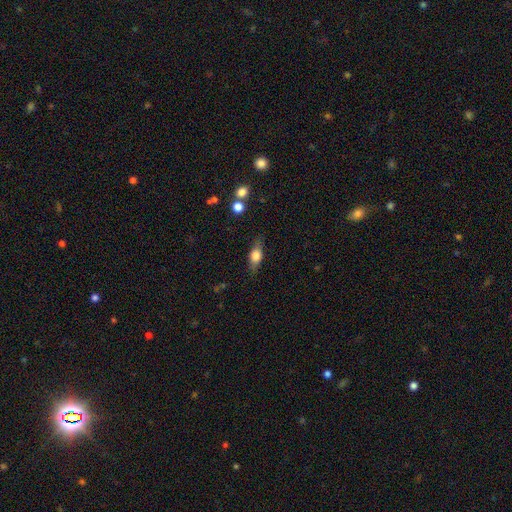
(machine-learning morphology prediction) Smooth or featured? Predicted: smooth (p=0.59). How rounded? Predicted: in between (p=0.66). Merging? Predicted: none (p=0.78).